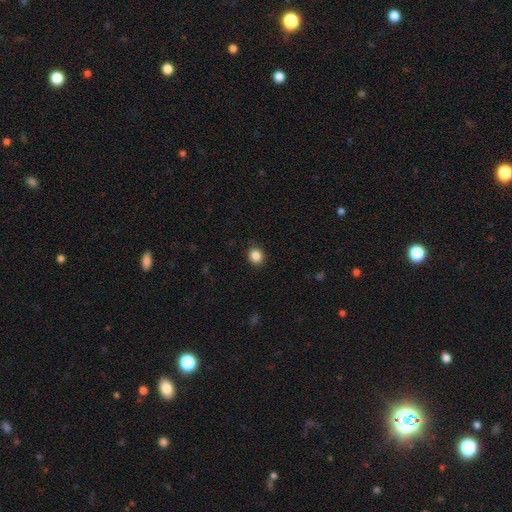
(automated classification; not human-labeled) Smooth or featured: smooth — 87% (star or artifact — 10%)
How rounded: round — 76% (in between — 24%)
Merging: none — 89% (minor disturbance — 8%)